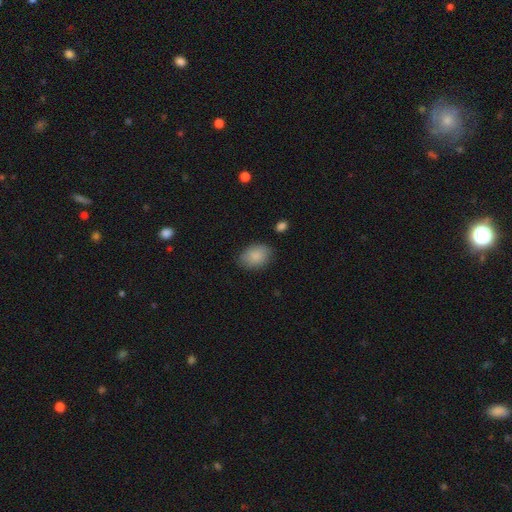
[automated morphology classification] Smooth or featured: smooth — 88% (star or artifact — 7%)
How rounded: in between — 75% (round — 24%)
Merging: none — 80% (minor disturbance — 14%)